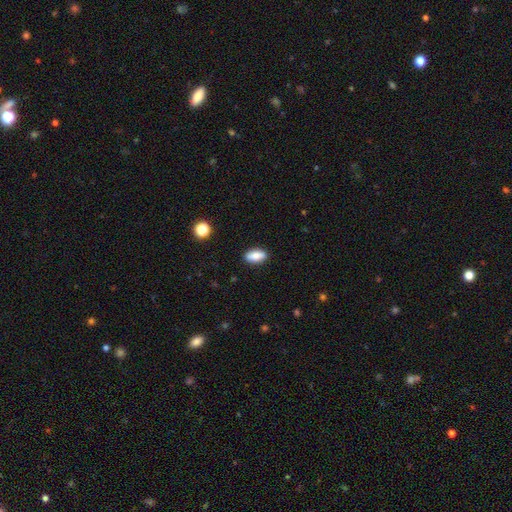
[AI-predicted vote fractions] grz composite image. It shows a smooth galaxy with no disk features (83%) that is in between round and cigar-shaped (85%). Merging: none (88%).